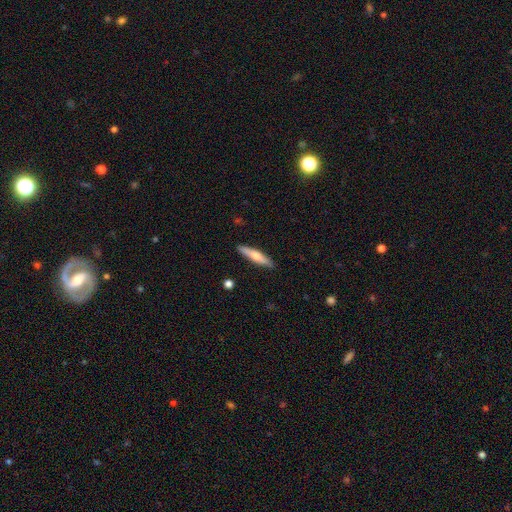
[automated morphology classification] Q: Smooth or featured?
A: smooth (58%); runner-up: featured or disk (36%)
Q: How rounded?
A: cigar-shaped (84%); runner-up: in between (15%)
Q: Merging?
A: none (89%); runner-up: minor disturbance (8%)